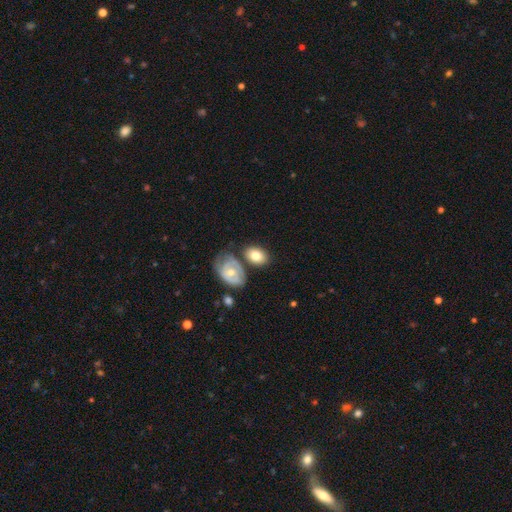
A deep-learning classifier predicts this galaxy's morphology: This appears to be a smooth galaxy with no disk features (72%) that is in between round and cigar-shaped (81%). Merging: none (53%).